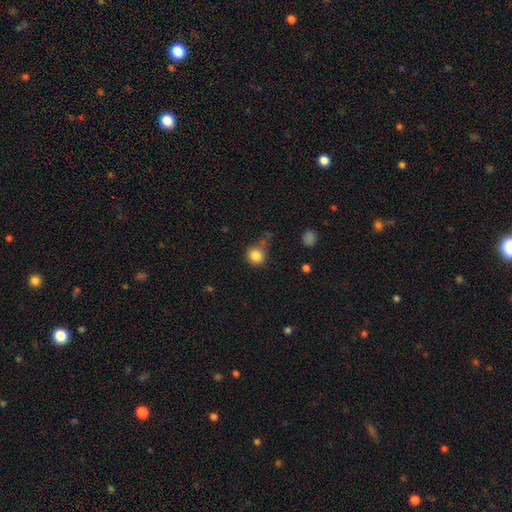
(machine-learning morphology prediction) smooth_or_featured: smooth (p=0.84) [alt: star or artifact p=0.11]
how_rounded: round (p=0.88) [alt: in between p=0.11]
merging: none (p=0.66) [alt: minor disturbance p=0.18]